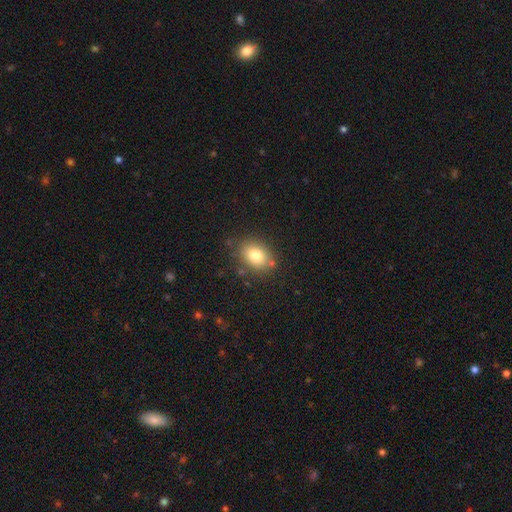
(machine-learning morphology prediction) Q: Smooth or featured?
A: smooth (80%); runner-up: featured or disk (10%)
Q: How rounded?
A: in between (64%); runner-up: round (35%)
Q: Merging?
A: none (80%); runner-up: minor disturbance (13%)